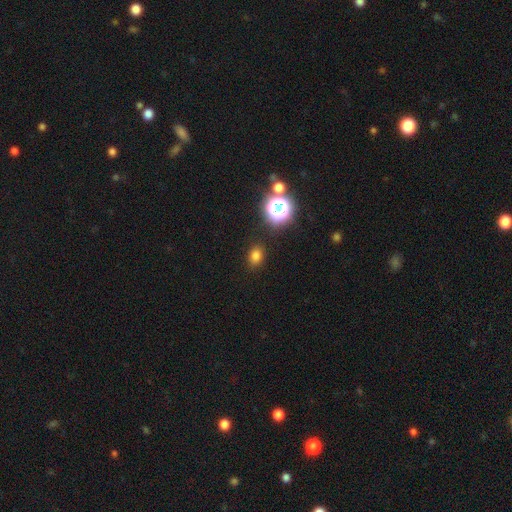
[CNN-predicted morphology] type=smooth (75%); roundness=in between (56%); merging=none (85%).